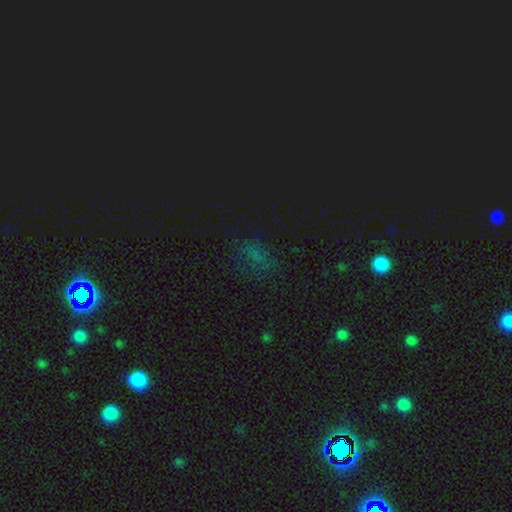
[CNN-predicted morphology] star or artifact 49%, smooth 41%, featured or disk 10%.